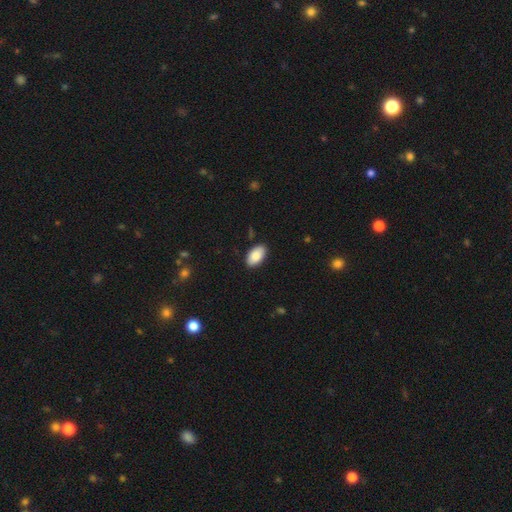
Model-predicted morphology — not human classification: Smooth or featured: smooth — 88% (star or artifact — 6%)
How rounded: in between — 95% (round — 3%)
Merging: none — 88% (minor disturbance — 9%)